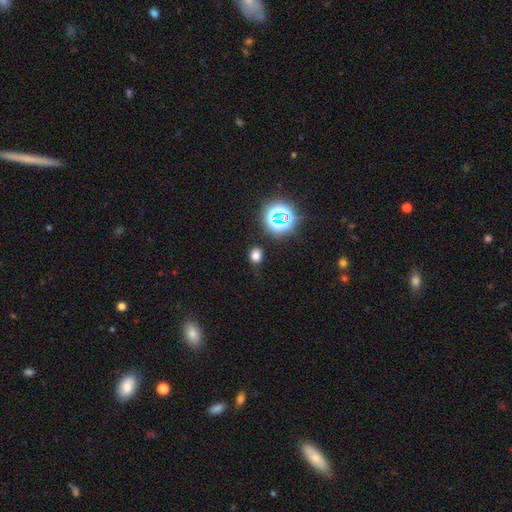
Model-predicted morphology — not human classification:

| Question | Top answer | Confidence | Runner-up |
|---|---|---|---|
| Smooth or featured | smooth | 70% | star or artifact (24%) |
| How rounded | round | 60% | in between (39%) |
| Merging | none | 75% | minor disturbance (16%) |